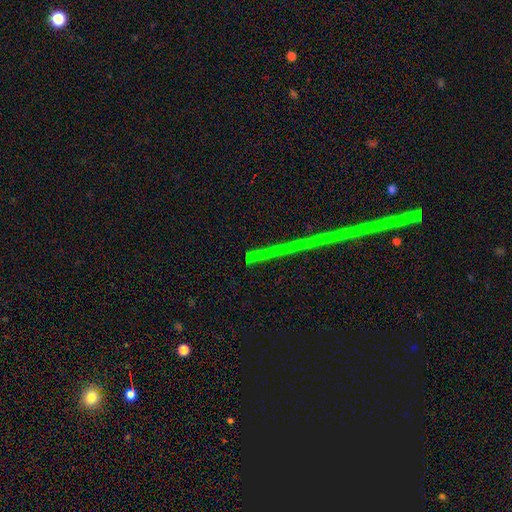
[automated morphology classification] A star or artifact, not a galaxy (76%).

Vote fractions:
- Smooth or featured? star or artifact: 76% / featured or disk: 13% / smooth: 11%